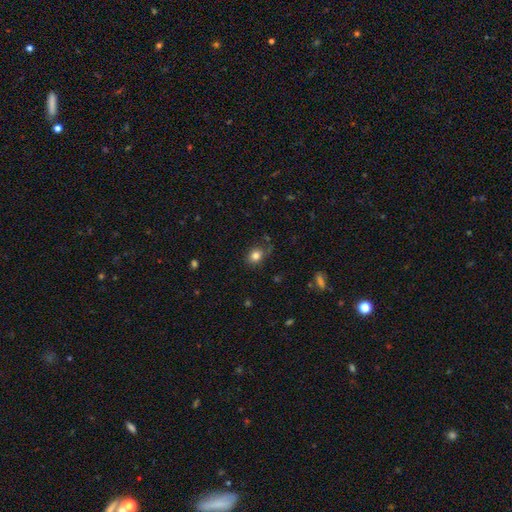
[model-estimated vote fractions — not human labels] A smooth galaxy with no disk features (81%) that is round (62%).

Vote fractions:
- Smooth or featured? smooth: 81% / star or artifact: 12% / featured or disk: 7%
- How rounded? round: 62% / in between: 37% / cigar-shaped: 1%
- Merging? none: 76% / minor disturbance: 17% / major disturbance: 4% / merger: 3%